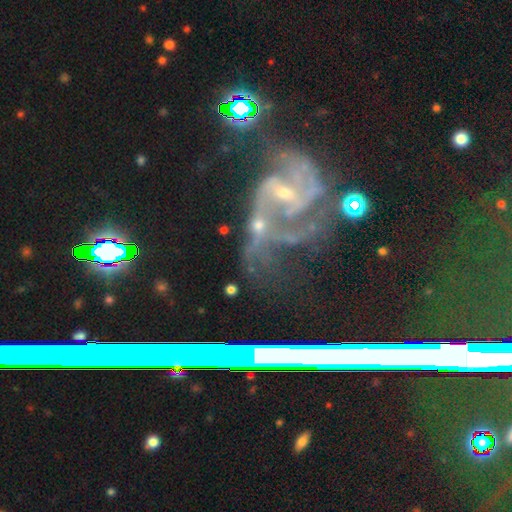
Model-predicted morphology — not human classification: smooth_or_featured: featured or disk (p=0.72) [alt: star or artifact p=0.18]
disk_edge_on: no (p=0.92) [alt: yes p=0.08]
bar: no (p=0.41) [alt: weak p=0.36]
has_spiral_arms: yes (p=0.93) [alt: no p=0.07]
spiral_winding: medium (p=0.47) [alt: tight p=0.27]
spiral_arm_count: 2 (p=0.62) [alt: can't tell p=0.13]
bulge_size: small (p=0.60) [alt: moderate p=0.31]
merging: none (p=0.49) [alt: minor disturbance p=0.20]